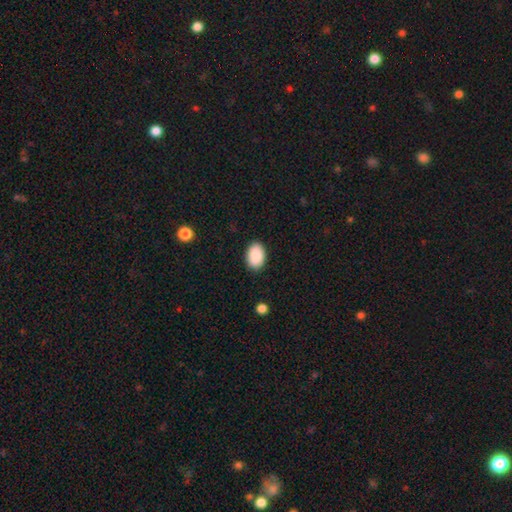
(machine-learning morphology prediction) A smooth galaxy with no disk features (90%) that is in between round and cigar-shaped (87%). Merging: none (89%).